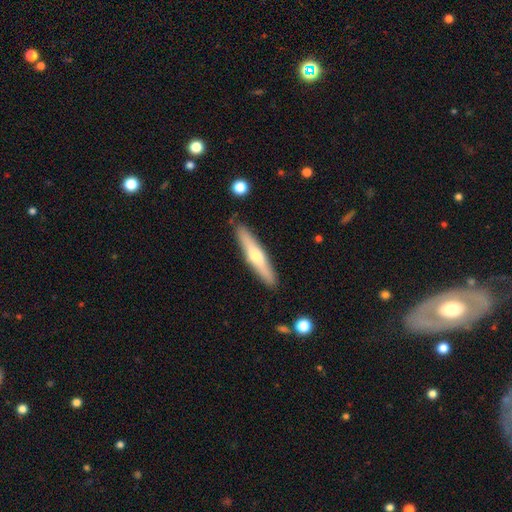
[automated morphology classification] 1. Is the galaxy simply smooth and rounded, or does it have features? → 50% featured or disk, 44% smooth, 6% star or artifact.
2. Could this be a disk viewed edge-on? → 92% yes, 8% no.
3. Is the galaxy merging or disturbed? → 89% none, 8% minor disturbance, 2% major disturbance, 2% merger.